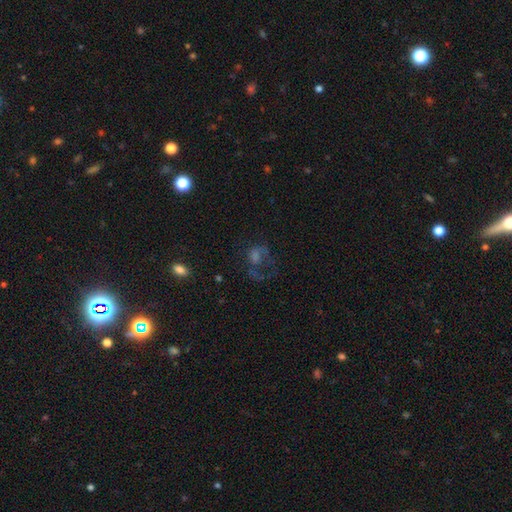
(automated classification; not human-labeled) A featured or disk galaxy (41%). Merging: major disturbance (44%).